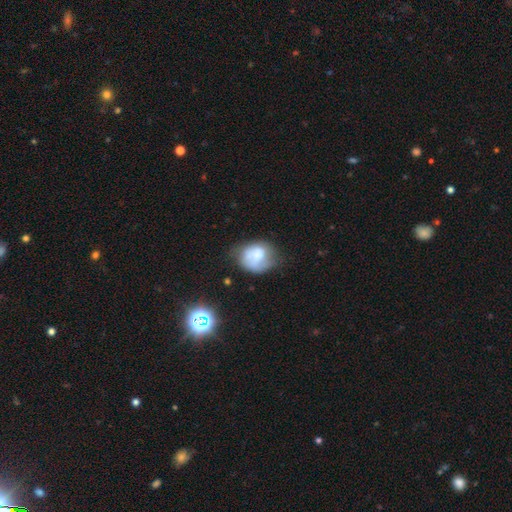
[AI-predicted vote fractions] smooth-or-featured: smooth: 59% | featured or disk: 33% | star or artifact: 9%
  how-rounded: round: 55% | in between: 44% | cigar-shaped: 1%
  merging: none: 39% | minor disturbance: 34% | major disturbance: 21% | merger: 6%